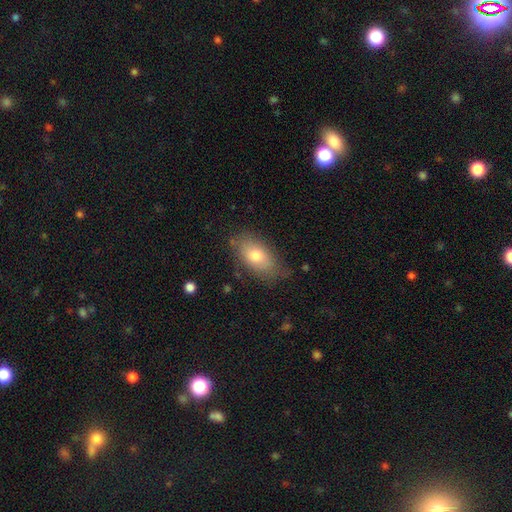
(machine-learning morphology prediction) type=smooth (75%); roundness=in between (90%); merging=none (73%).